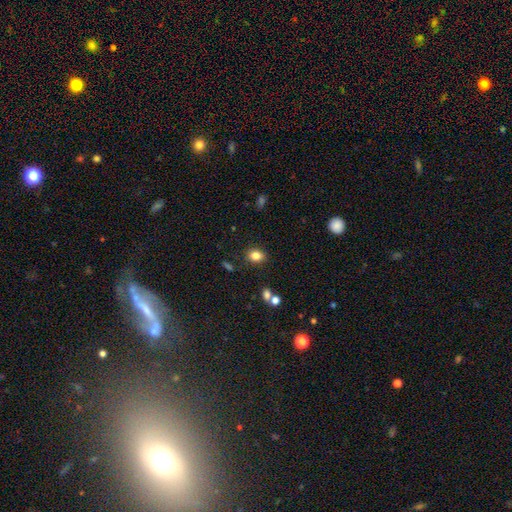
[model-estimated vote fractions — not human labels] Smooth or featured?
  - smooth: 82% *
  - star or artifact: 11%
  - featured or disk: 7%
How rounded?
  - in between: 60% *
  - round: 39%
  - cigar-shaped: 1%
Merging?
  - none: 85% *
  - minor disturbance: 10%
  - merger: 3%
  - major disturbance: 3%